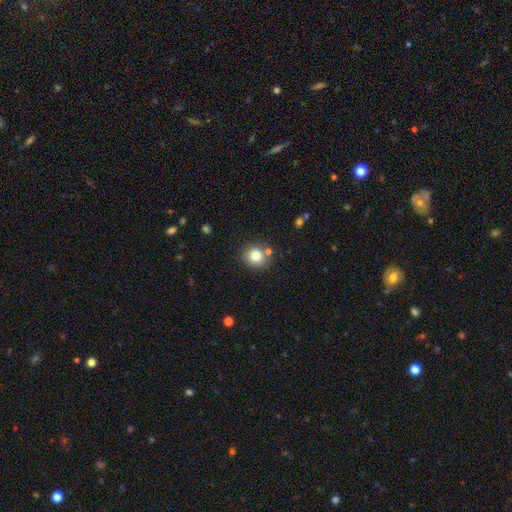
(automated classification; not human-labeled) Smooth or featured? Predicted: smooth (p=0.80). How rounded? Predicted: round (p=0.86). Merging? Predicted: none (p=0.78).